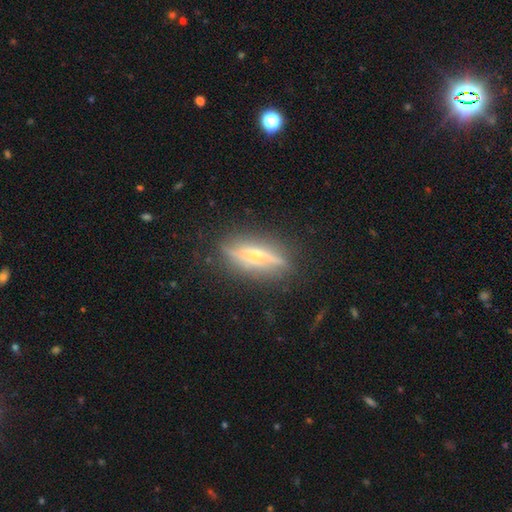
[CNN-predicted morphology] A featured or disk galaxy (72%) viewed edge-on (85%) with a rounded central bulge (90%).

Vote fractions:
- Smooth or featured? featured or disk: 72% / smooth: 21% / star or artifact: 7%
- Edge-on disk? yes: 85% / no: 15%
- Edge-on bulge? rounded: 90% / none: 5% / boxy: 5%
- Merging? none: 80% / minor disturbance: 14% / major disturbance: 5% / merger: 2%